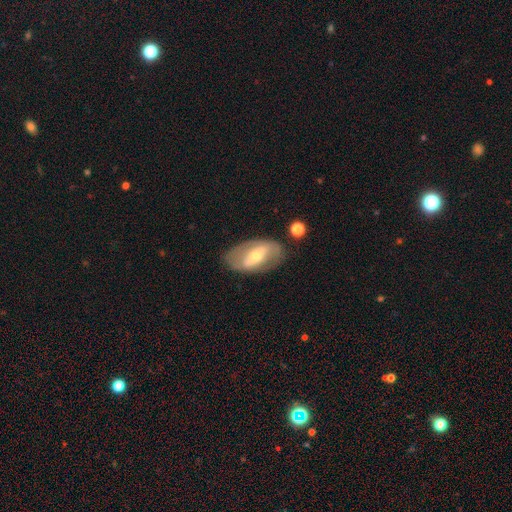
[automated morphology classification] smooth-or-featured: featured or disk: 65% | smooth: 29% | star or artifact: 6%
  disk-edge-on: no: 87% | yes: 13%
    bar: strong: 60% | weak: 25% | no: 15%
    has-spiral-arms: no: 57% | yes: 43%
    bulge-size: moderate: 49% | small: 45% | large: 4% | none: 1% | dominant: 1%
  merging: none: 73% | minor disturbance: 16% | major disturbance: 8% | merger: 2%